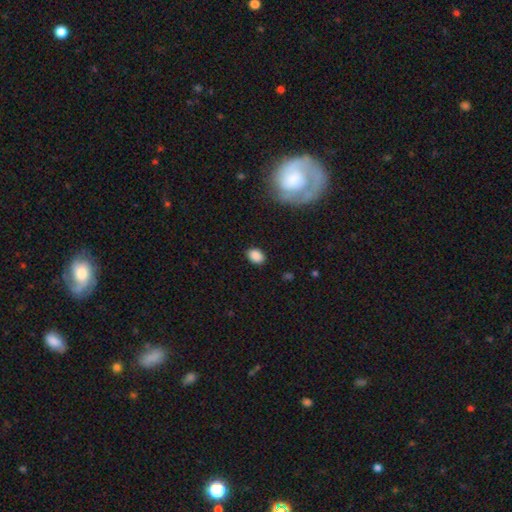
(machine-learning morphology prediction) A smooth galaxy with no disk features (87%) that is in between round and cigar-shaped (75%). Merging: none (87%).